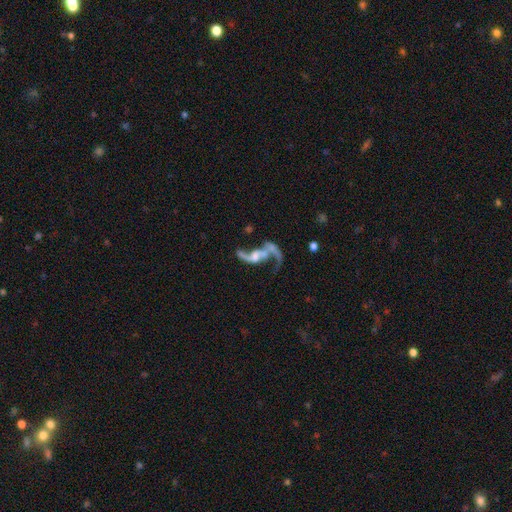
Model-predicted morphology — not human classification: Q: Smooth or featured?
A: featured or disk (81%); runner-up: smooth (10%)
Q: Edge-on disk?
A: no (94%); runner-up: yes (6%)
Q: Bar?
A: no (52%); runner-up: weak (34%)
Q: Spiral arms?
A: yes (84%); runner-up: no (16%)
Q: Spiral winding?
A: loose (89%); runner-up: medium (9%)
Q: Spiral arm count?
A: 2 (81%); runner-up: 1 (12%)
Q: Bulge size?
A: moderate (35%); runner-up: small (29%)
Q: Merging?
A: merger (33%); runner-up: none (30%)